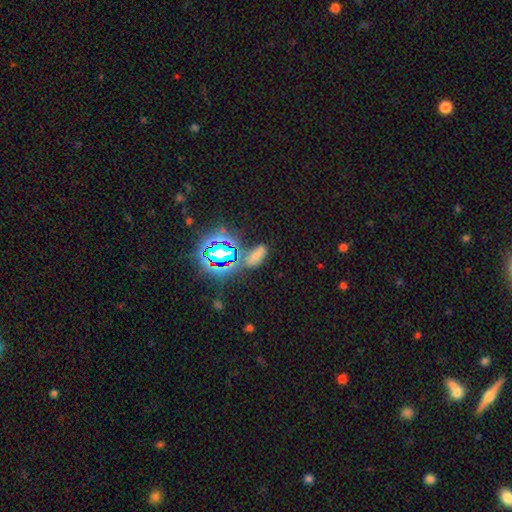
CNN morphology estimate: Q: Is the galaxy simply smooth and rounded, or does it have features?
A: smooth — 49%.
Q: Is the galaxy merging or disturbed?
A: none — 60%.